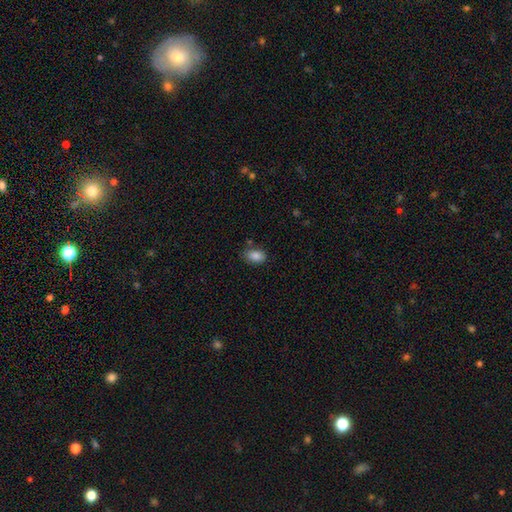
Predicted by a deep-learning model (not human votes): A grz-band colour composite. It shows a smooth galaxy with no disk features (86%) that is in between round and cigar-shaped (84%). Merging: none (76%).